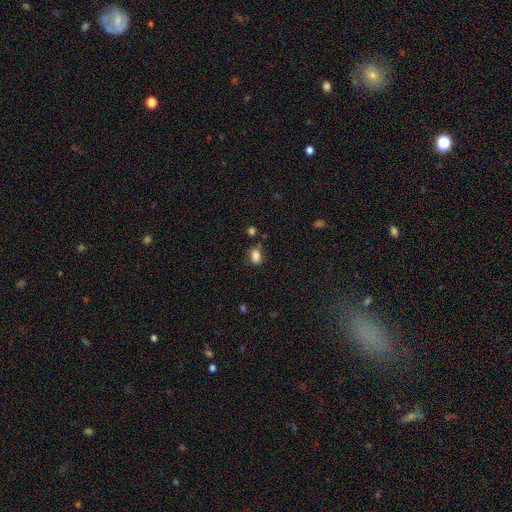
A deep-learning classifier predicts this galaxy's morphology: A smooth galaxy with no disk features (85%) that is in between round and cigar-shaped (85%). Merging: none (71%).